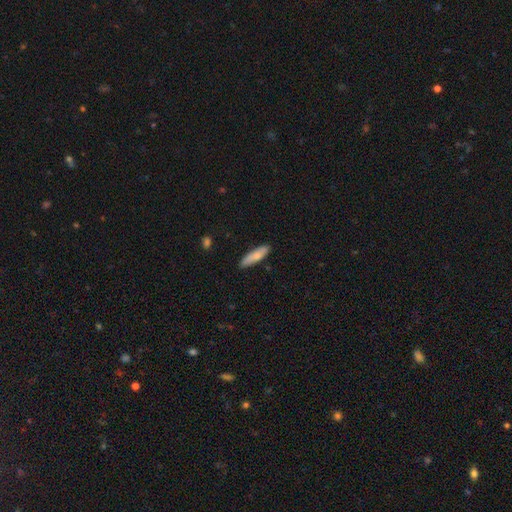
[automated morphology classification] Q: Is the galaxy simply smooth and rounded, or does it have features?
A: smooth — 78%.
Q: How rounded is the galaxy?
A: cigar-shaped — 68%.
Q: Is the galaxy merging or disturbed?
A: none — 85%.